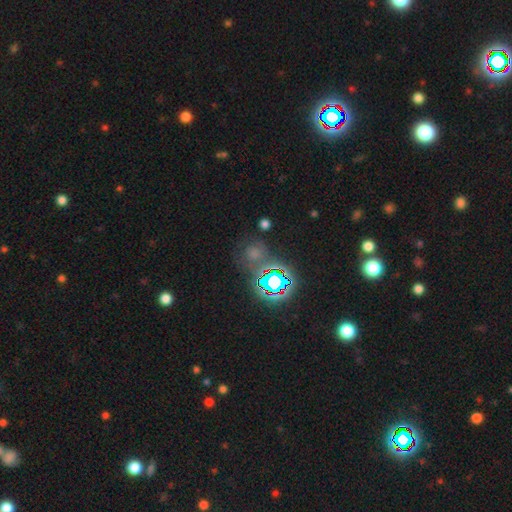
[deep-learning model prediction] smooth_or_featured: star or artifact (p=0.57) [alt: smooth p=0.31]